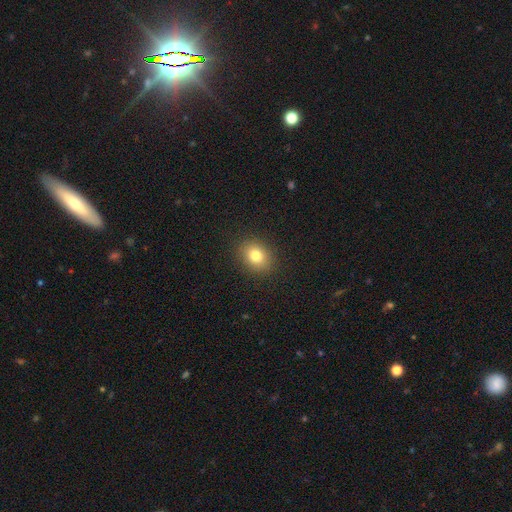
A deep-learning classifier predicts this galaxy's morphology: Smooth or featured?
  - smooth: 80% *
  - star or artifact: 11%
  - featured or disk: 9%
How rounded?
  - round: 50% *
  - in between: 49%
  - cigar-shaped: 1%
Merging?
  - none: 89% *
  - minor disturbance: 8%
  - major disturbance: 3%
  - merger: 1%